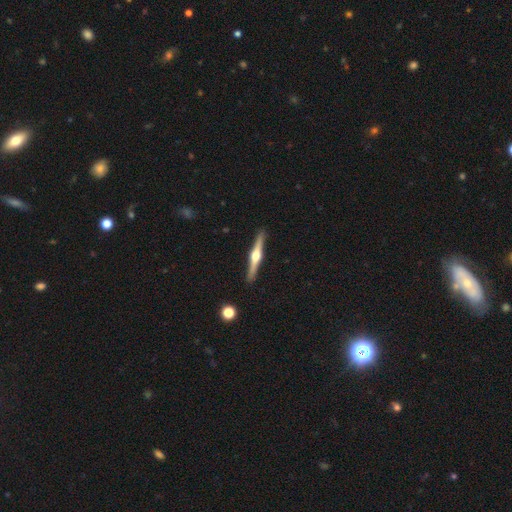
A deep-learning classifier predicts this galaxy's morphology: This is likely a featured or disk galaxy (79%). It is clearly viewed edge-on (98%). Edge-on bulge: clearly rounded (95%). Merging: clearly none (92%).